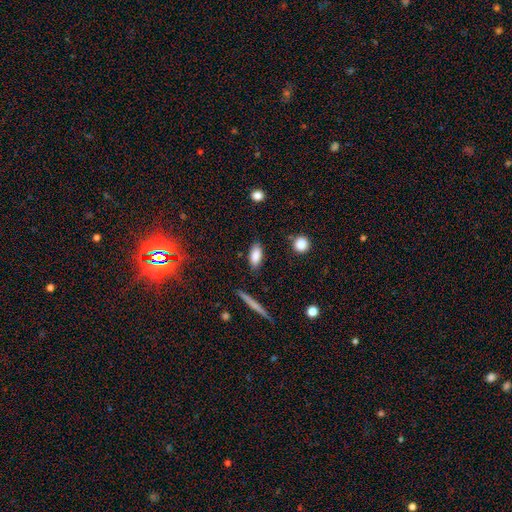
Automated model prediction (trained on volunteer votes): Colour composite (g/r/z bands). It shows a smooth galaxy with no disk features (84%) that is in between round and cigar-shaped (83%). Merging: none (84%).